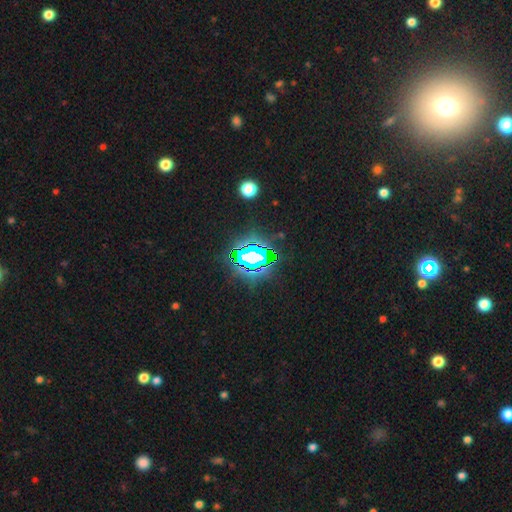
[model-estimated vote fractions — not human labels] A star or artifact, not a galaxy (82%).

Vote fractions:
- Smooth or featured? star or artifact: 82% / smooth: 11% / featured or disk: 7%